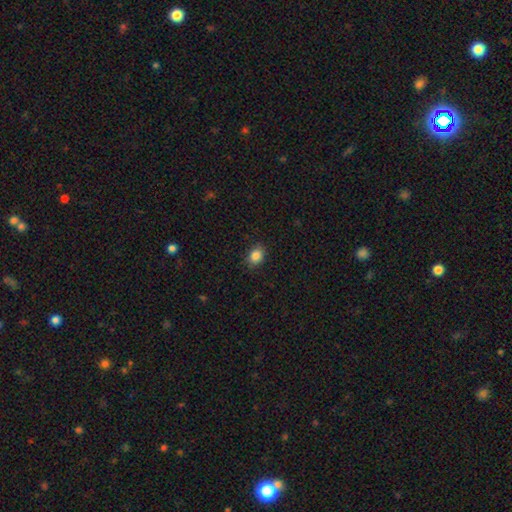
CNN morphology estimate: smooth_or_featured: smooth (p=0.86) [alt: star or artifact p=0.10]
how_rounded: in between (p=0.57) [alt: round p=0.42]
merging: none (p=0.86) [alt: minor disturbance p=0.11]